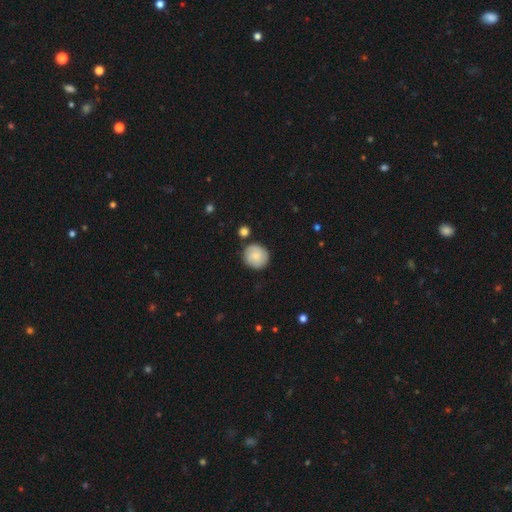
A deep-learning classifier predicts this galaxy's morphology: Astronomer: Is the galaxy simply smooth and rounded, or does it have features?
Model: smooth — 69%.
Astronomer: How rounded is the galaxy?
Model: round — 89%.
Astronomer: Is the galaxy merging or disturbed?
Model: none — 81%.